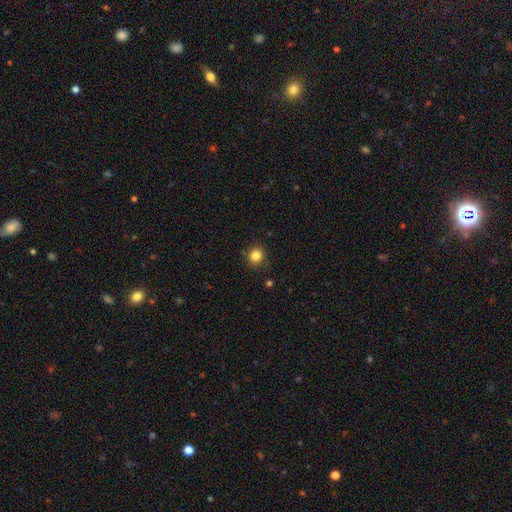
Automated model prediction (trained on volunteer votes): The model was most divided on "smooth or featured": smooth: 84%, star or artifact: 12%, featured or disk: 4%. More confident: how rounded — round (91%); merging — none (89%).